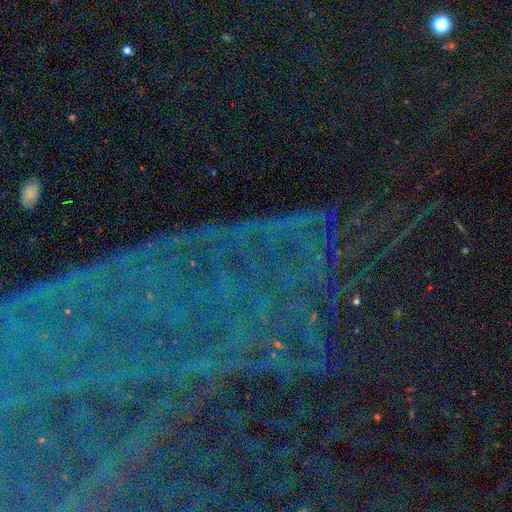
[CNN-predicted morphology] Smooth or featured? Predicted: star or artifact (p=0.86).